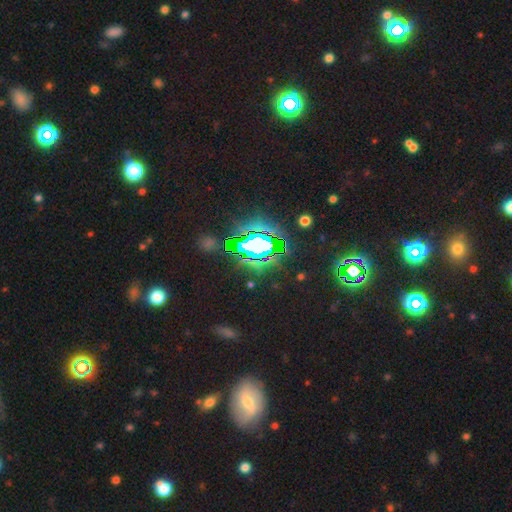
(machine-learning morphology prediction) smooth-or-featured: star or artifact: 75% | smooth: 13% | featured or disk: 11%